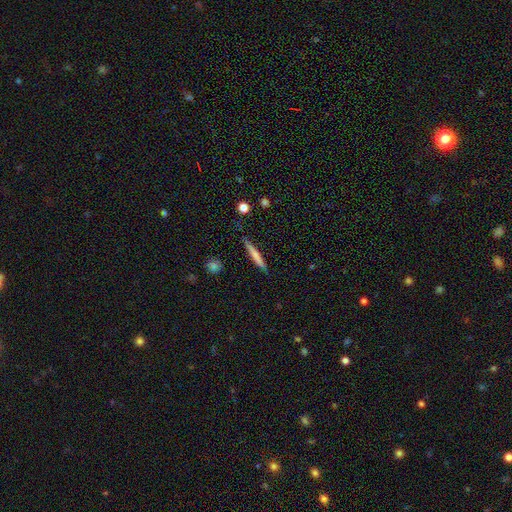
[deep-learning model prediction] Overall: smooth (66%; featured or disk 28%). How rounded: cigar-shaped (95%). Merging: none (85%).